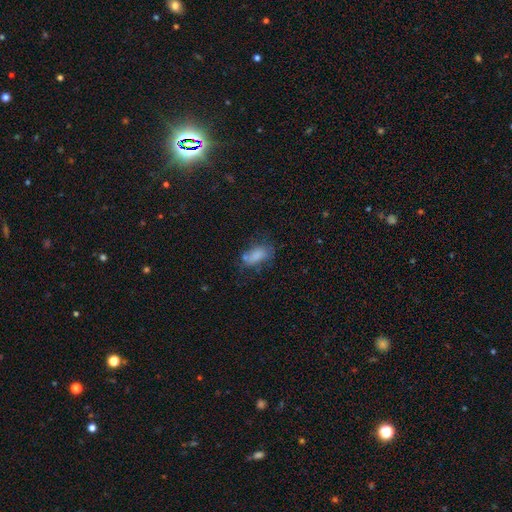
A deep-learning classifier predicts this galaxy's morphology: This is likely a smooth galaxy (75%). How rounded: clearly in between (87%). Merging: possibly none (48%).